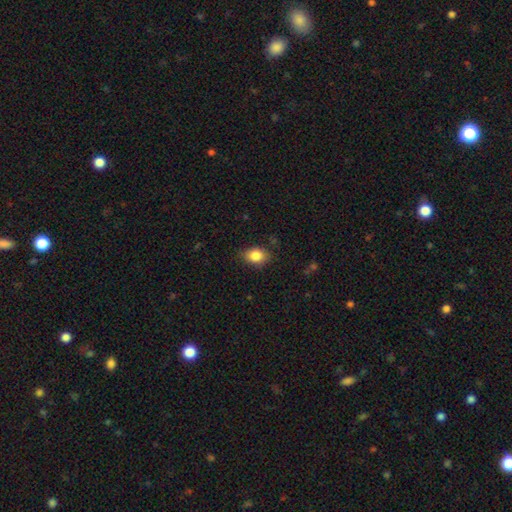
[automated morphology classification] type=smooth (85%); roundness=in between (68%); merging=none (79%).